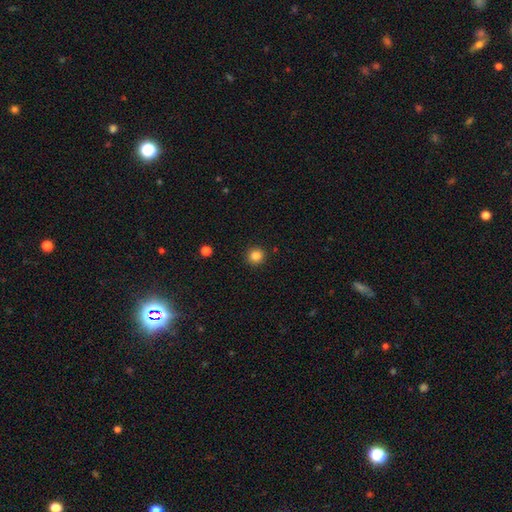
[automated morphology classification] smooth-or-featured: smooth: 84% | star or artifact: 11% | featured or disk: 4%
  how-rounded: round: 93% | in between: 6% | cigar-shaped: 1%
  merging: none: 92% | minor disturbance: 5% | major disturbance: 2% | merger: 1%